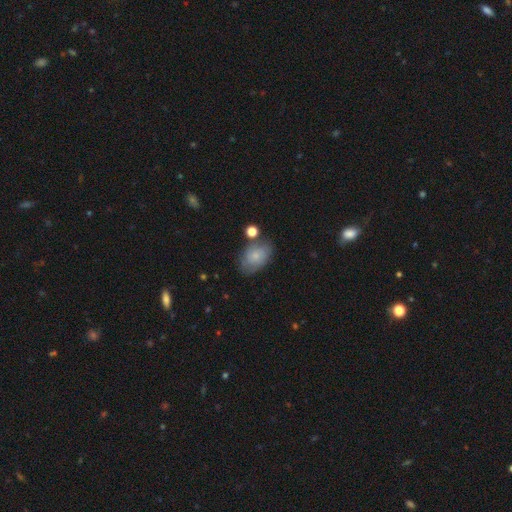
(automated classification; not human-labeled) Morphology: type=smooth (70%); roundness=in between (84%); merging=none (61%).